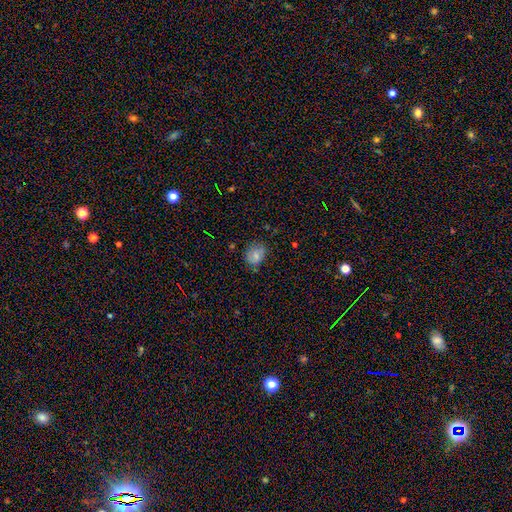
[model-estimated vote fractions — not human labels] smooth_or_featured: smooth (p=0.74) [alt: featured or disk p=0.15]
how_rounded: in between (p=0.51) [alt: round p=0.48]
merging: none (p=0.69) [alt: minor disturbance p=0.22]